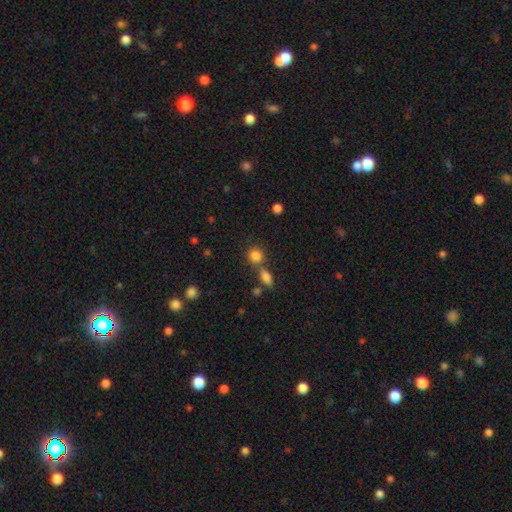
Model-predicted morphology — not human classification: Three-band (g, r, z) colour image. It shows a smooth galaxy with no disk features (83%) that is round (81%). Merging: none (63%).